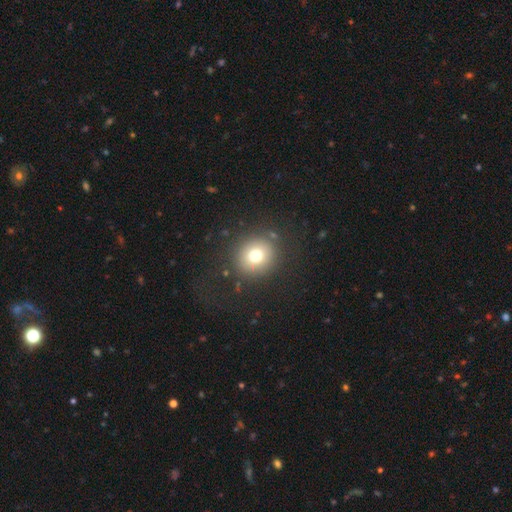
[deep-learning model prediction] Overall: smooth (75%). How rounded: round (85%). Merging: none (85%).